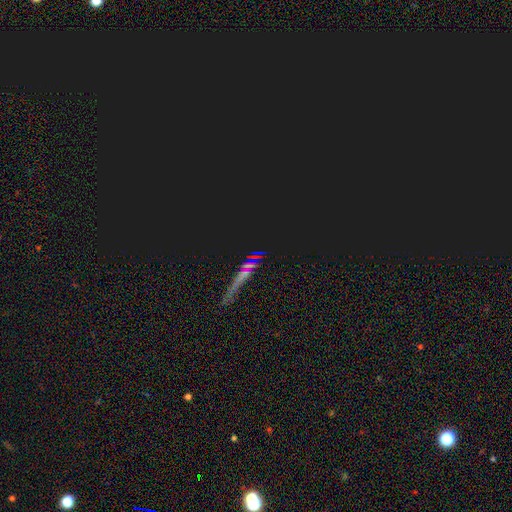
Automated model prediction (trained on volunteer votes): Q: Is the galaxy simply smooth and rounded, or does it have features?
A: star or artifact — 65%.